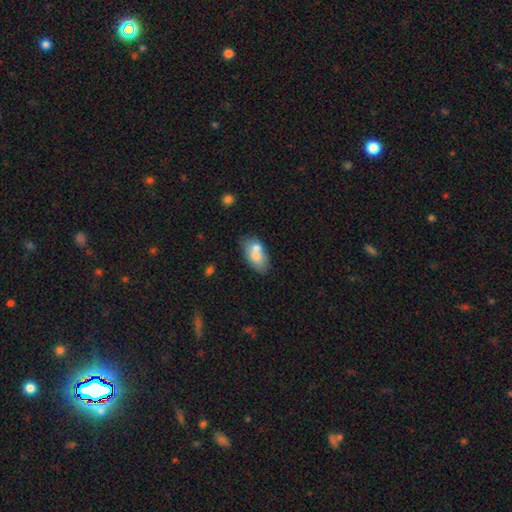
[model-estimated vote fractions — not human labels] This appears to be a smooth galaxy with no disk features (69%) that is in between round and cigar-shaped (89%). Merging: none (43%).